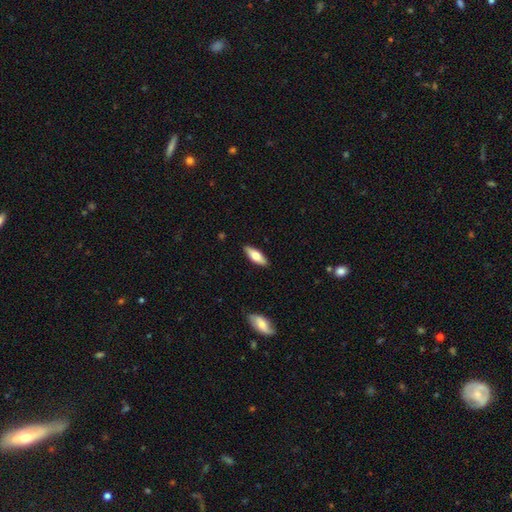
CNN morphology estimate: smooth 67%, featured or disk 27%, star or artifact 6%. Down the decision tree: how rounded — in between (62%); merging — none (89%).